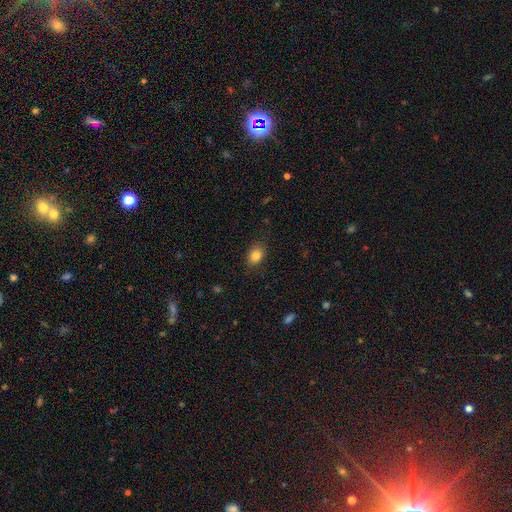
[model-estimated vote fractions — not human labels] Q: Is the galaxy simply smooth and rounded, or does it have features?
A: smooth — 84%.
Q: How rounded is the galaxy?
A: in between — 65%.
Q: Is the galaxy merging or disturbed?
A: none — 83%.